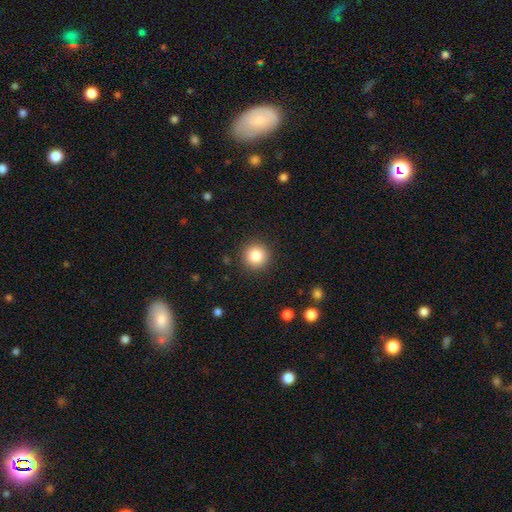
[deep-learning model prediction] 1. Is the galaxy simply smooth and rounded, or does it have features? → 85% smooth, 10% star or artifact, 6% featured or disk.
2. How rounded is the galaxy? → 95% round, 4% in between, 1% cigar-shaped.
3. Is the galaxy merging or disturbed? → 91% none, 6% minor disturbance, 2% major disturbance, 1% merger.